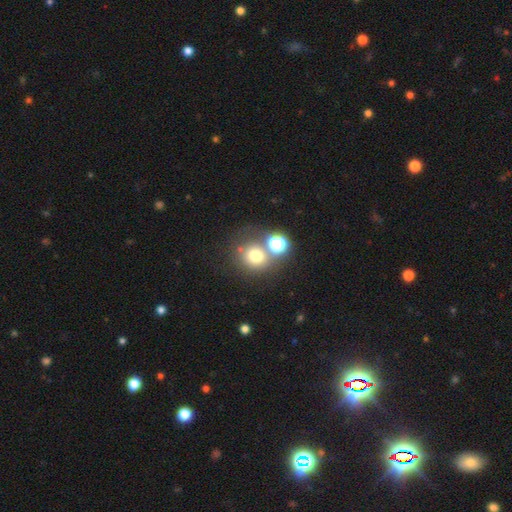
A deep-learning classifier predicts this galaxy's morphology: type=smooth (69%); roundness=round (86%); merging=none (58%).